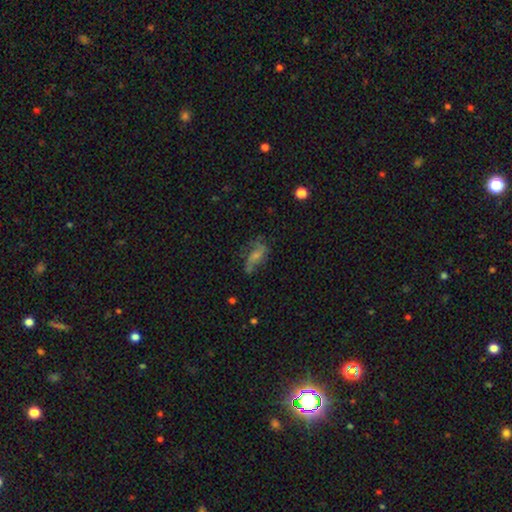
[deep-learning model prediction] Morphology: type=featured or disk (54%); edge-on=no (88%); merging=none (55%).